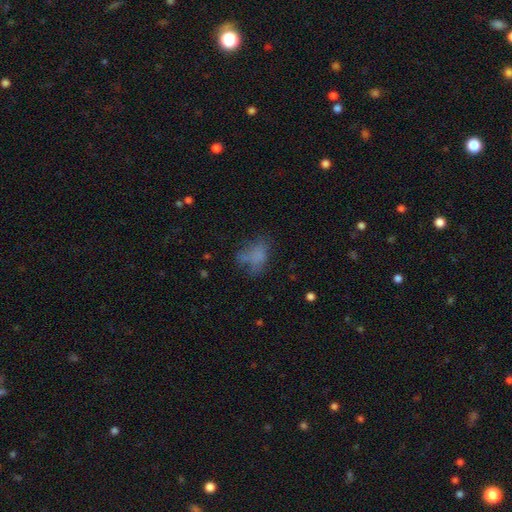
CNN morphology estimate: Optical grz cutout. It shows a smooth galaxy with no disk features (65%) that is in between round and cigar-shaped (75%). Merging: none (43%).